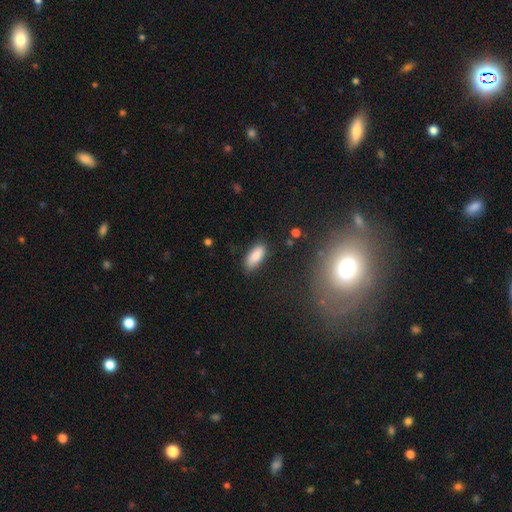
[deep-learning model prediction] Morphology: type=smooth (85%); roundness=in between (83%); merging=none (77%).